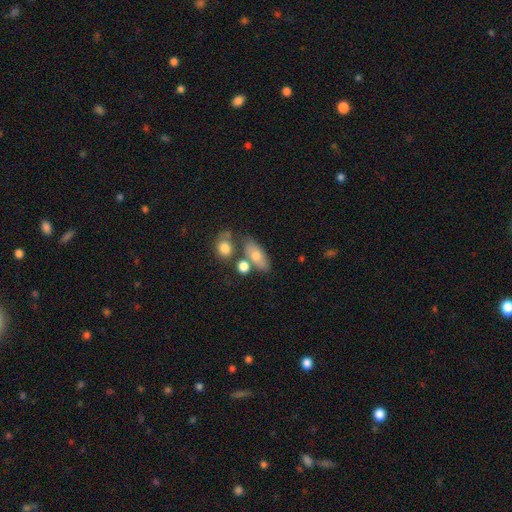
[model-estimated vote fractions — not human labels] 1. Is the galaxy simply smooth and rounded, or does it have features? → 67% smooth, 24% featured or disk, 9% star or artifact.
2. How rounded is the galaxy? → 78% in between, 12% cigar-shaped, 10% round.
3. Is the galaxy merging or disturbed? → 56% none, 23% merger, 15% minor disturbance, 6% major disturbance.